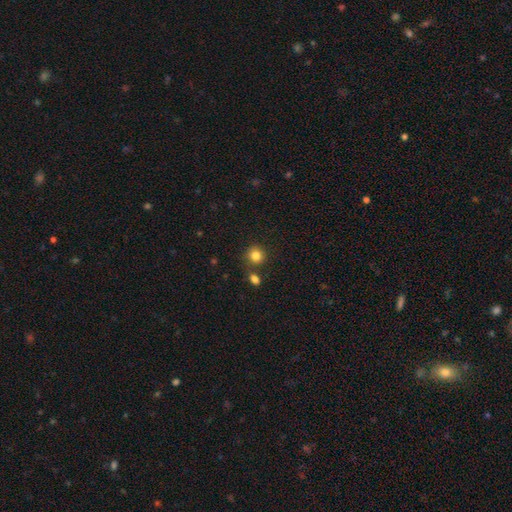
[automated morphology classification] Smooth or featured? smooth (83%)
How rounded? round (89%)
Merging? none (77%)